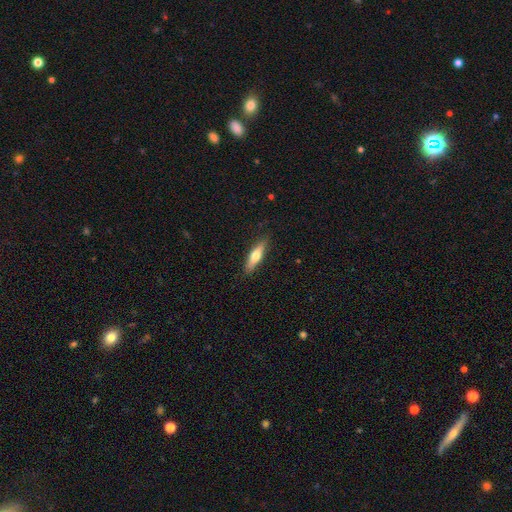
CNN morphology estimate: Smooth or featured? smooth (59%)
How rounded? cigar-shaped (69%)
Merging? none (87%)